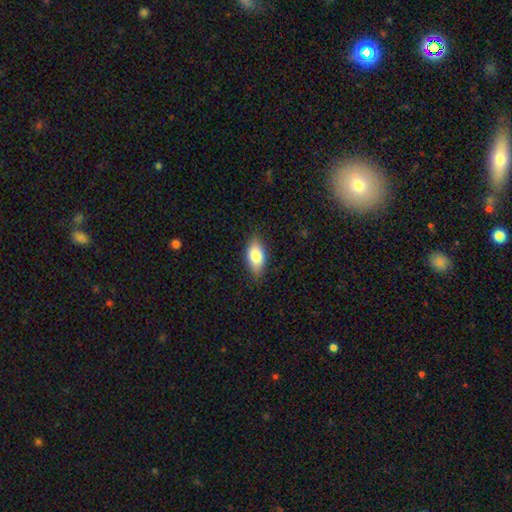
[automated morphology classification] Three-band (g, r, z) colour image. It shows a smooth galaxy with no disk features (77%) that is in between round and cigar-shaped (88%). Merging: none (84%).